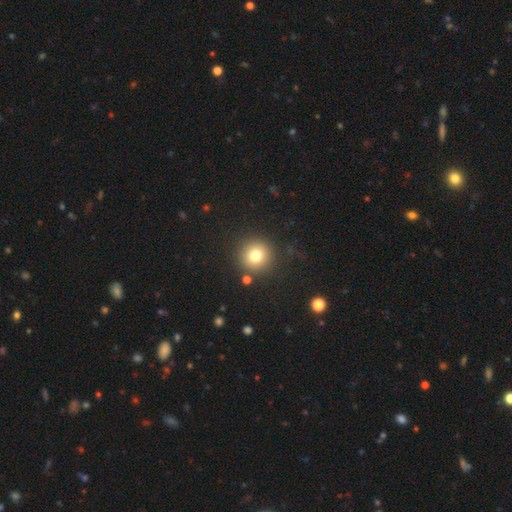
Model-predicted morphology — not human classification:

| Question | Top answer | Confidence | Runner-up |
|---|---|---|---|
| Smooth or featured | smooth | 77% | star or artifact (13%) |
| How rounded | round | 94% | in between (5%) |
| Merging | none | 87% | minor disturbance (7%) |